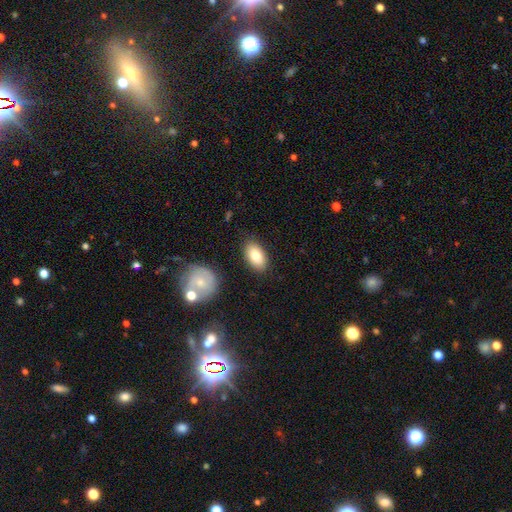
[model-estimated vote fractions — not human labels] This is clearly a smooth galaxy (80%). How rounded: clearly in between (92%). Merging: clearly none (84%).